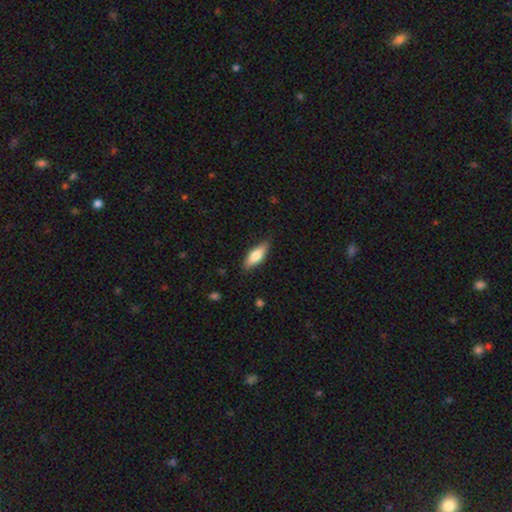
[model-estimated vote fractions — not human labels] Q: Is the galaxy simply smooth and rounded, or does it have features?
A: smooth — 73%.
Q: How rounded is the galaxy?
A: in between — 64%.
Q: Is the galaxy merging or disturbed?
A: none — 85%.